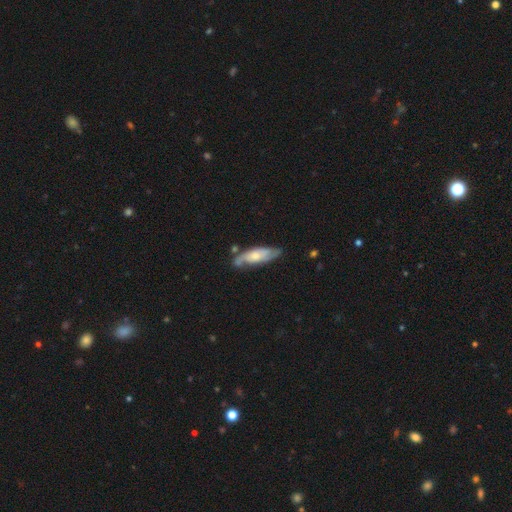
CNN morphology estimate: Smooth or featured? featured or disk (58%)
Edge-on disk? no (74%)
Merging? none (65%)